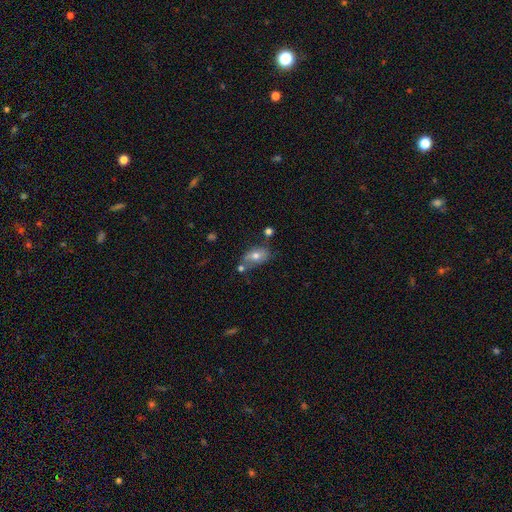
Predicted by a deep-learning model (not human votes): smooth_or_featured: smooth (p=0.66) [alt: featured or disk p=0.25]
how_rounded: in between (p=0.84) [alt: round p=0.13]
merging: none (p=0.50) [alt: minor disturbance p=0.23]